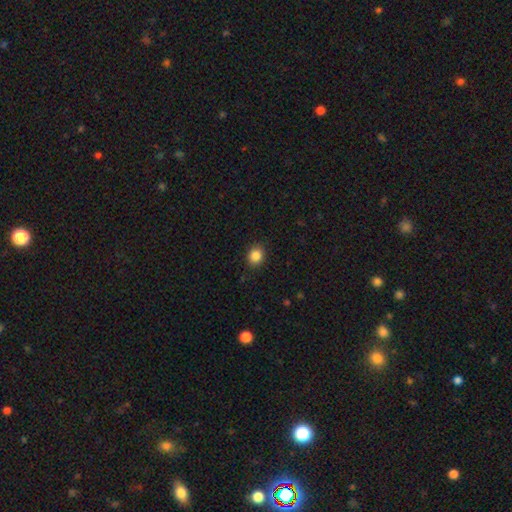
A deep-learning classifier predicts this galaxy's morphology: Smooth or featured? smooth (86%)
How rounded? round (70%)
Merging? none (89%)